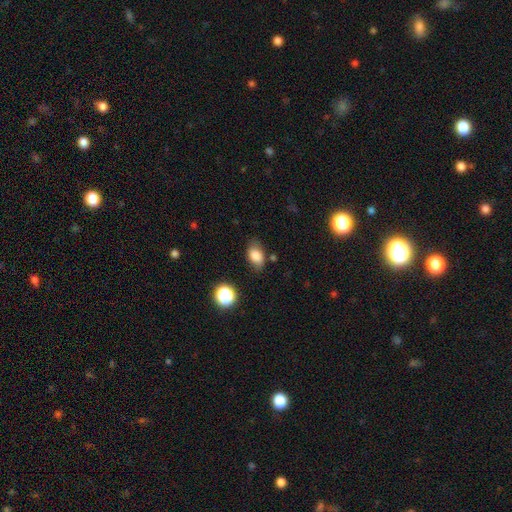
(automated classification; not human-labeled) Overall: smooth (81%). How rounded: in between (83%). Merging: none (70%).